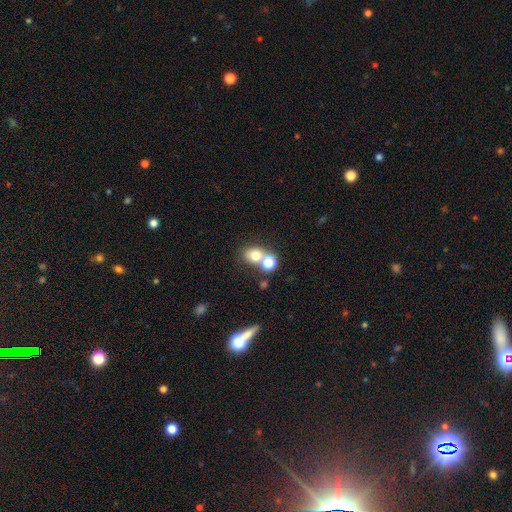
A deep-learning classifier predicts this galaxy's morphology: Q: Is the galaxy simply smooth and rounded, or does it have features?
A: smooth — 73%.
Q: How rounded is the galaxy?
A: round — 67%.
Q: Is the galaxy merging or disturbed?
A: merger — 47%.